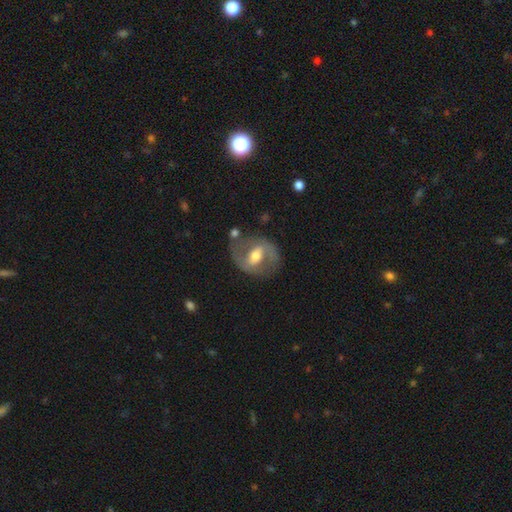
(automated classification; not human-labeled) The model was most divided on "bar": weak: 43%, strong: 38%, no: 19%. More confident: edge-on disk — no (96%); spiral arm count — 2 (86%); spiral arms — yes (75%); smooth or featured — featured or disk (73%); bulge size — moderate (71%); merging — none (68%); spiral winding — medium (52%).